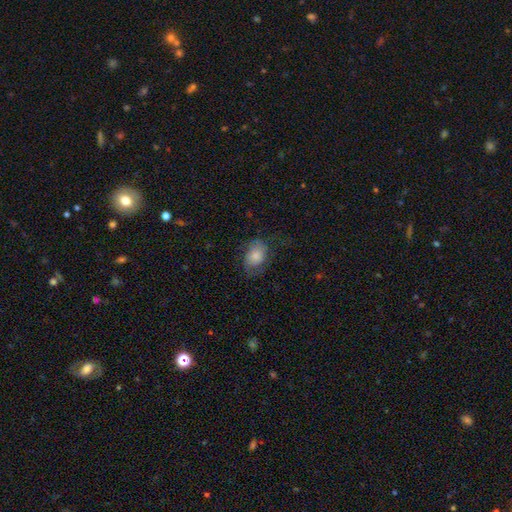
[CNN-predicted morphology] Smooth or featured? smooth (75%)
How rounded? in between (76%)
Merging? none (58%)